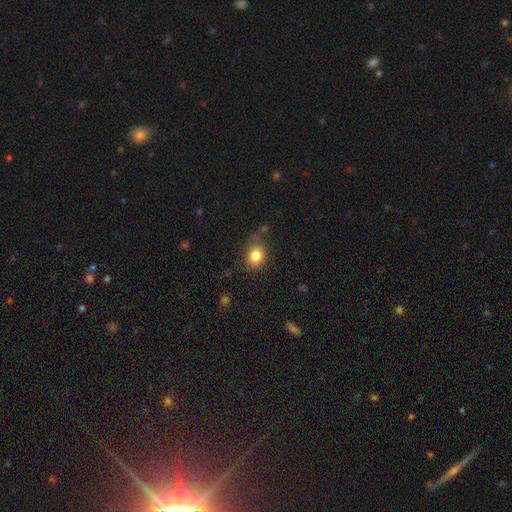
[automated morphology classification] type=smooth (83%); roundness=round (64%); merging=none (79%).